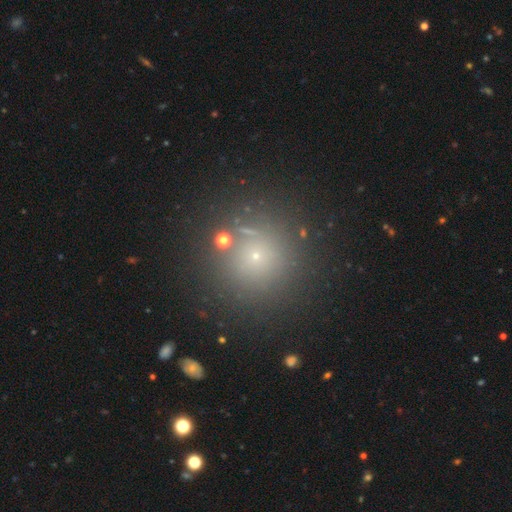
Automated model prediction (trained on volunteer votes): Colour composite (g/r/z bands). It shows a smooth galaxy with no disk features (58%) that is round (95%). Merging: none (84%).